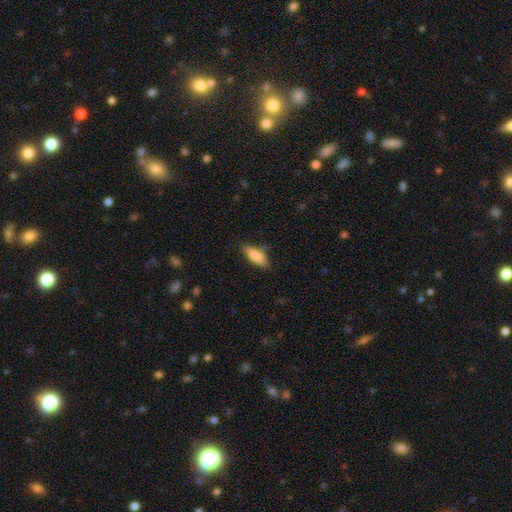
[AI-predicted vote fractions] Smooth or featured? smooth (80%)
How rounded? in between (66%)
Merging? none (66%)